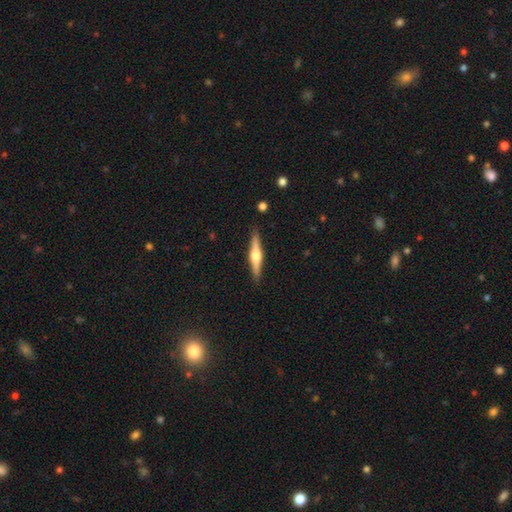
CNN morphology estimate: smooth_or_featured: featured or disk (p=0.67) [alt: smooth p=0.27]
disk_edge_on: yes (p=0.98) [alt: no p=0.02]
edge_on_bulge: rounded (p=0.92) [alt: boxy p=0.05]
merging: none (p=0.89) [alt: minor disturbance p=0.08]